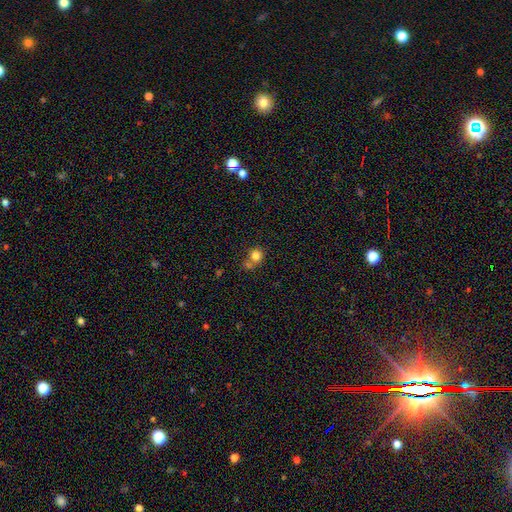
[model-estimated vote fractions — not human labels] smooth-or-featured: smooth: 80% | star or artifact: 12% | featured or disk: 7%
  how-rounded: round: 84% | in between: 15% | cigar-shaped: 1%
  merging: none: 57% | merger: 26% | minor disturbance: 12% | major disturbance: 5%